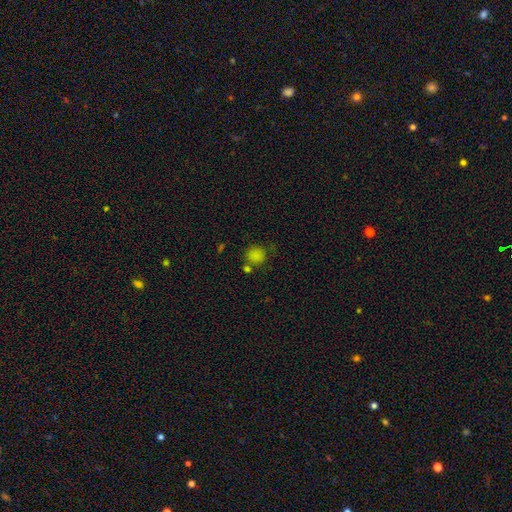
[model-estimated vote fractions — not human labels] Smooth or featured: smooth — 81% (star or artifact — 14%)
How rounded: round — 89% (in between — 10%)
Merging: none — 69% (merger — 14%)